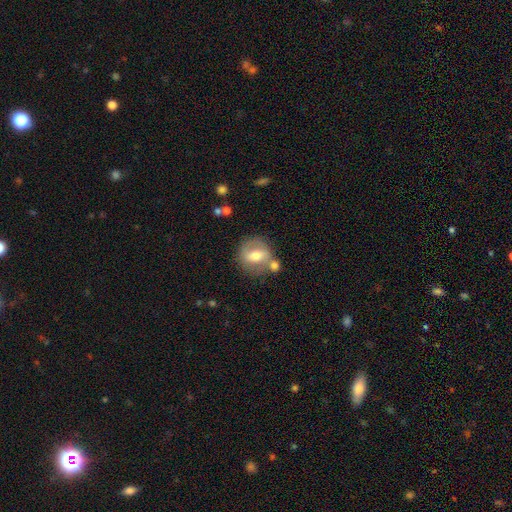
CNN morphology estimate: A smooth galaxy with no disk features (49%). Merging: none (57%).